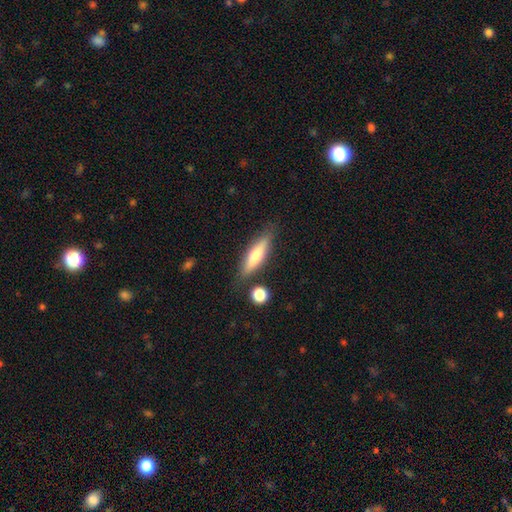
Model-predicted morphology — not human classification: This is possibly a smooth galaxy (59%). How rounded: likely cigar-shaped (70%). Merging: likely none (80%).